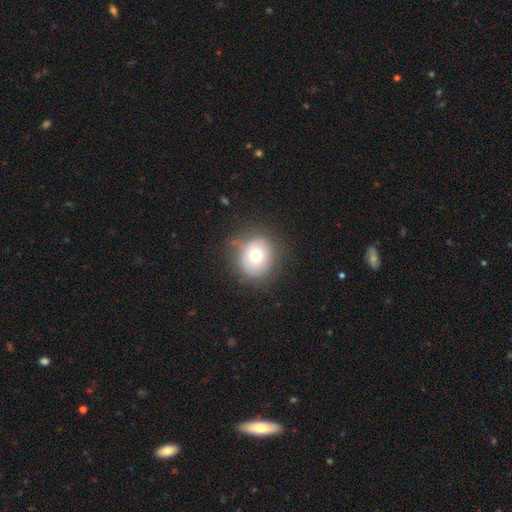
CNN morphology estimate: Smooth or featured: smooth — 72% (featured or disk — 17%)
How rounded: round — 79% (in between — 20%)
Merging: none — 78% (minor disturbance — 15%)